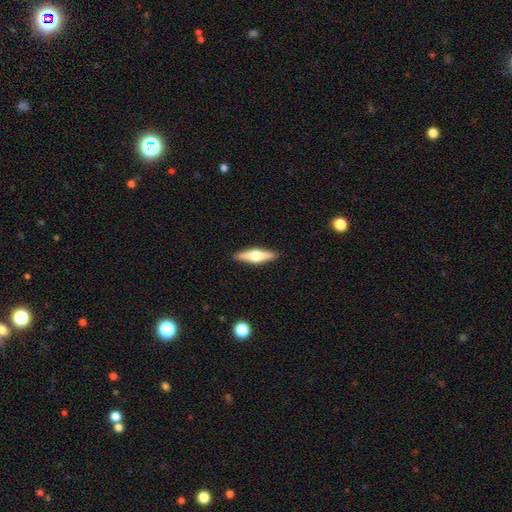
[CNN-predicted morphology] This is possibly a featured or disk galaxy (57%). It is clearly viewed edge-on (96%). Edge-on bulge: clearly rounded (92%). Merging: clearly none (91%).